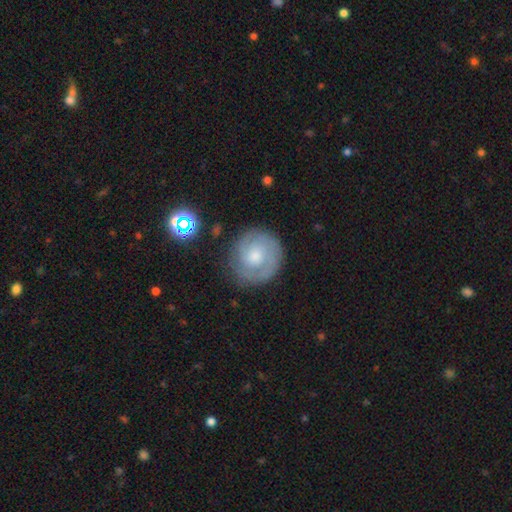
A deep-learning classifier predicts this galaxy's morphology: The model was most divided on "bulge size": moderate: 45%, small: 40%, large: 8%, none: 5%, dominant: 2%. Remaining: edge-on disk — no (98%); spiral arms — yes (91%); merging — none (81%); bar — no (71%); smooth or featured — featured or disk (71%); spiral winding — tight (69%); spiral arm count — 2 (48%).